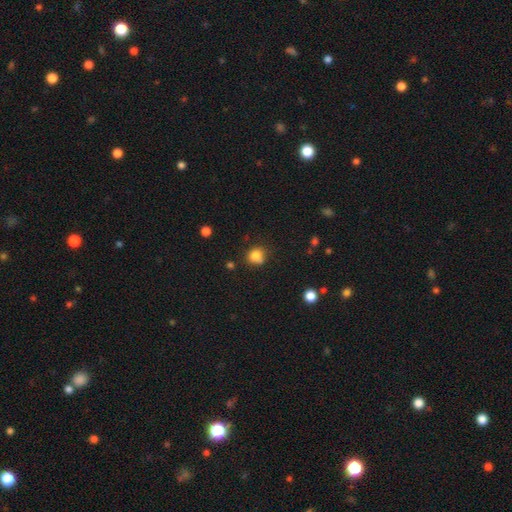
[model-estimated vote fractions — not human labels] Overall: smooth (81%). How rounded: round (84%). Merging: none (66%).